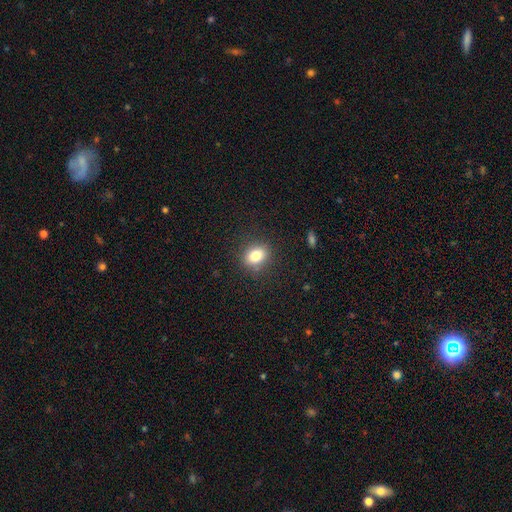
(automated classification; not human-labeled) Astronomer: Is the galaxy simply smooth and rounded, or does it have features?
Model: smooth — 82%.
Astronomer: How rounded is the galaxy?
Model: in between — 54% (runner-up: round, 45%).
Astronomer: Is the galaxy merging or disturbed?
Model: none — 85%.